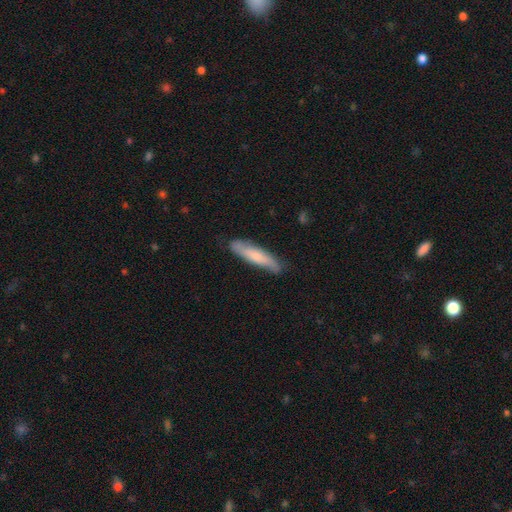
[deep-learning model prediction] Smooth or featured?
  - smooth: 60% *
  - featured or disk: 34%
  - star or artifact: 6%
How rounded?
  - cigar-shaped: 82% *
  - in between: 16%
  - round: 1%
Merging?
  - none: 80% *
  - minor disturbance: 16%
  - major disturbance: 3%
  - merger: 1%